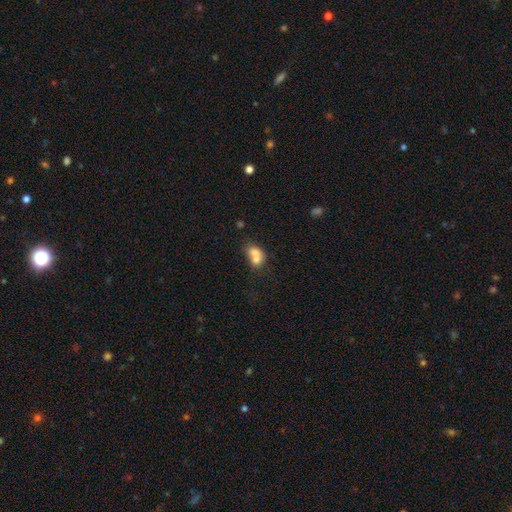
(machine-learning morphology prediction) Overall: smooth (70%). How rounded: in between (54%; round 45%). Merging: merger (69%).